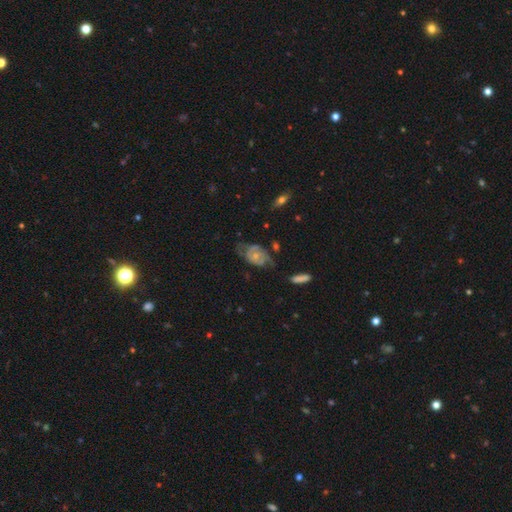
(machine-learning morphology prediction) Q: Smooth or featured?
A: featured or disk (72%); runner-up: smooth (21%)
Q: Edge-on disk?
A: no (96%); runner-up: yes (4%)
Q: Bar?
A: no (75%); runner-up: weak (21%)
Q: Spiral arms?
A: yes (82%); runner-up: no (18%)
Q: Spiral winding?
A: tight (47%); runner-up: medium (36%)
Q: Spiral arm count?
A: 2 (59%); runner-up: can't tell (24%)
Q: Bulge size?
A: small (54%); runner-up: moderate (39%)
Q: Merging?
A: none (42%); runner-up: minor disturbance (29%)